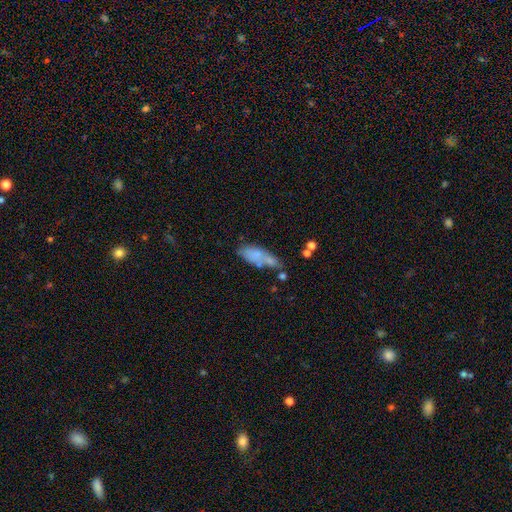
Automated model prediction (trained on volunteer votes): Morphology: type=smooth (69%); roundness=in between (74%); merging=none (41%).